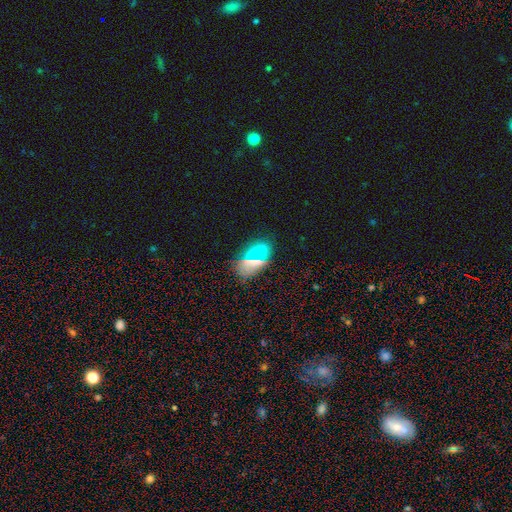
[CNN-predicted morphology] Overall: smooth (69%). How rounded: in between (88%). Merging: none (82%).